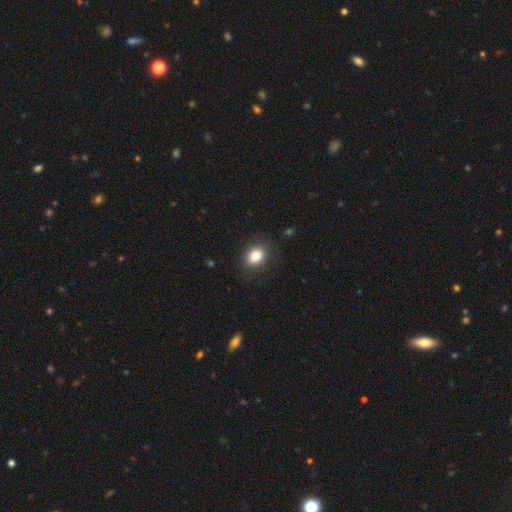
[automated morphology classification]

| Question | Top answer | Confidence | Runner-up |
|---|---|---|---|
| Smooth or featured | smooth | 84% | star or artifact (10%) |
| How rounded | in between | 60% | round (39%) |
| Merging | none | 86% | minor disturbance (10%) |